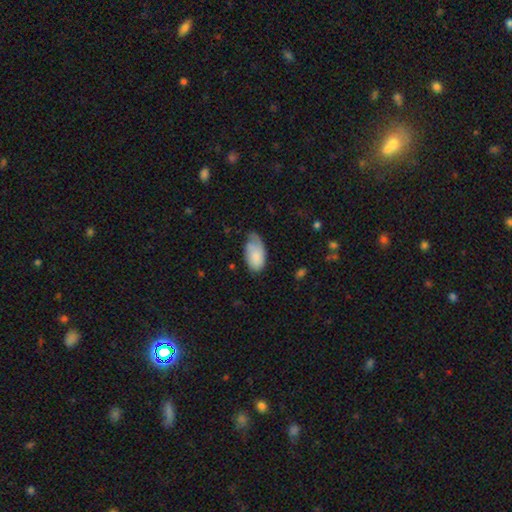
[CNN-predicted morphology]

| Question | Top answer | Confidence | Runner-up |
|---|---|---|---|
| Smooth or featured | smooth | 74% | featured or disk (20%) |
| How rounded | in between | 94% | round (4%) |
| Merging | none | 41% | tied: minor disturbance (41%) |